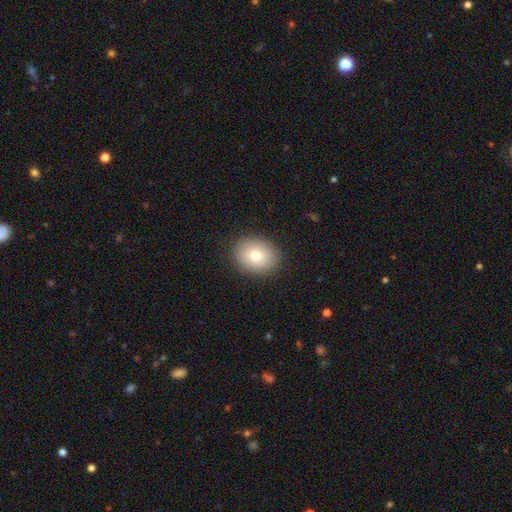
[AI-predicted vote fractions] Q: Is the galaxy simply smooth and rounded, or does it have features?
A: smooth — 81%.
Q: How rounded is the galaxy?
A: round — 52%.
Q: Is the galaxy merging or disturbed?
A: none — 89%.